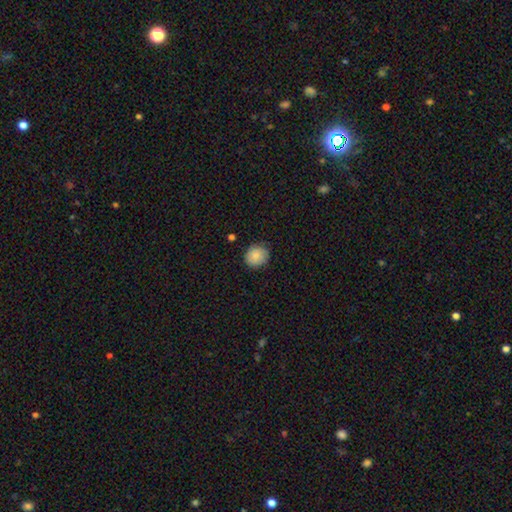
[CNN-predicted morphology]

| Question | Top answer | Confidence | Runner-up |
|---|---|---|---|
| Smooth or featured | smooth | 87% | star or artifact (8%) |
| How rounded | round | 84% | in between (15%) |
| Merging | none | 83% | minor disturbance (13%) |